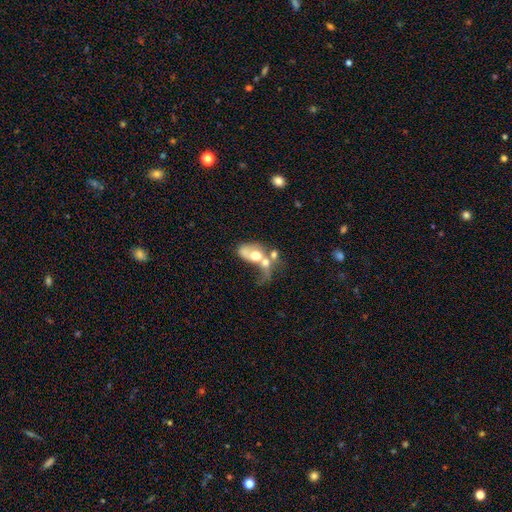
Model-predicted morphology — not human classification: Smooth or featured? smooth (48%)
Merging? merger (65%)